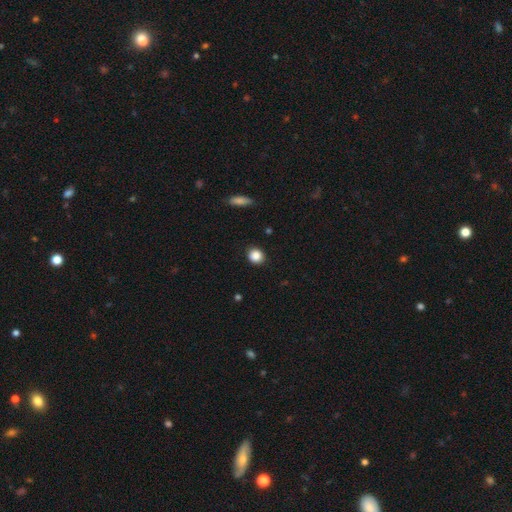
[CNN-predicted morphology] Smooth or featured? Predicted: smooth (p=0.86). How rounded? Predicted: round (p=0.83). Merging? Predicted: none (p=0.90).